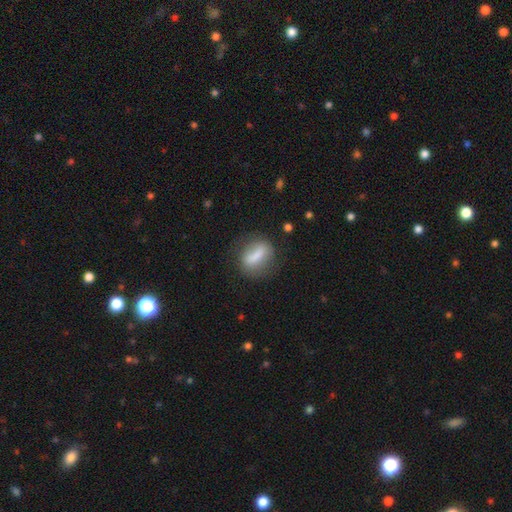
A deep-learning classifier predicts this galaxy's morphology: Overall: smooth (69%). How rounded: in between (58%; cigar-shaped 23%). Merging: none (71%).